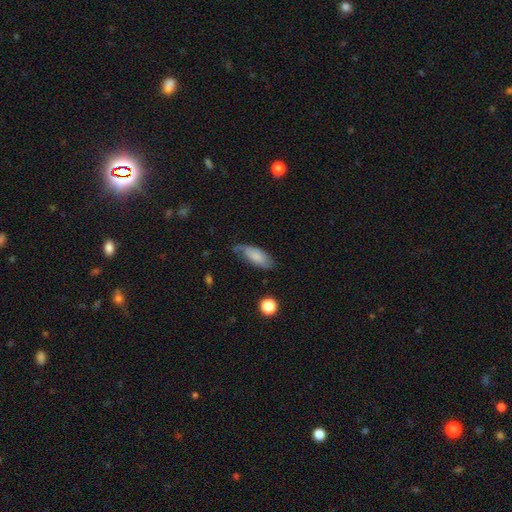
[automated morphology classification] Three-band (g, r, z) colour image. It shows a smooth galaxy with no disk features (70%) that is in between round and cigar-shaped (83%). Merging: none (52%).